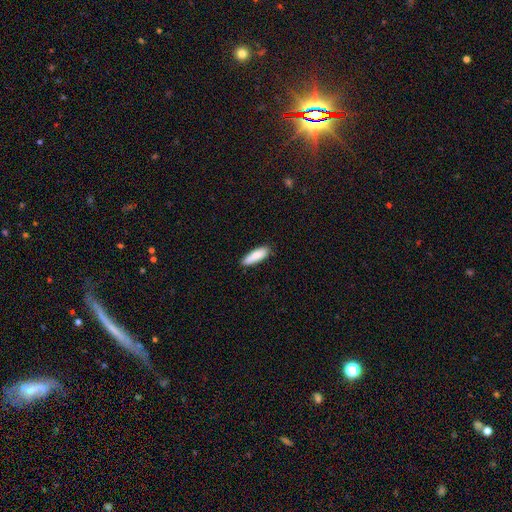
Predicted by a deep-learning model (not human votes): smooth 88%, featured or disk 6%, star or artifact 6%. Down the decision tree: how rounded — cigar-shaped (53%); merging — none (84%).